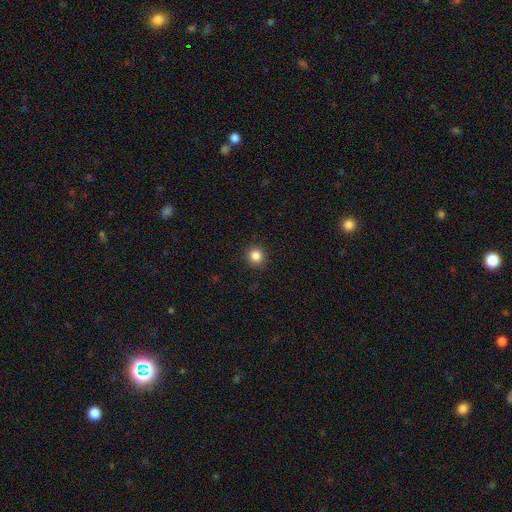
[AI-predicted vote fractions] smooth-or-featured: smooth: 85% | star or artifact: 11% | featured or disk: 4%
  how-rounded: round: 94% | in between: 5% | cigar-shaped: 1%
  merging: none: 92% | minor disturbance: 5% | major disturbance: 2% | merger: 1%